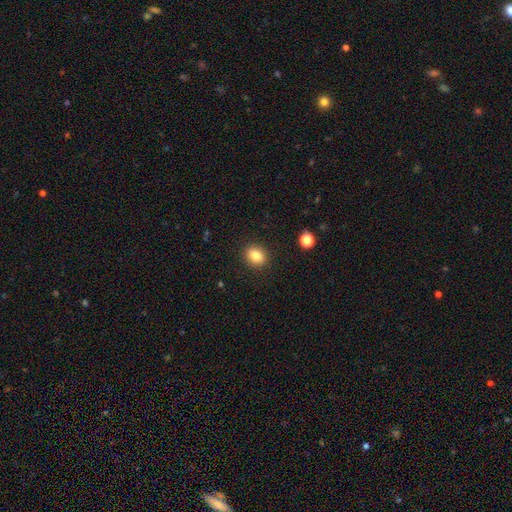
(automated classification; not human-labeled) This appears to be a smooth galaxy with no disk features (84%) that is round (51%). Merging: none (90%).